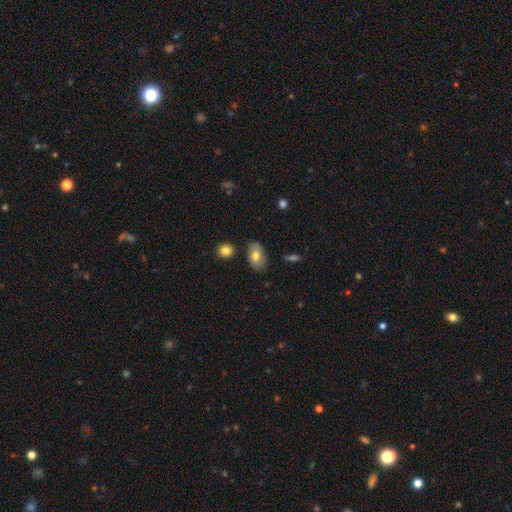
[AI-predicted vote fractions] smooth 72%, featured or disk 21%, star or artifact 7%. Down the decision tree: how rounded — in between (89%); merging — none (79%).